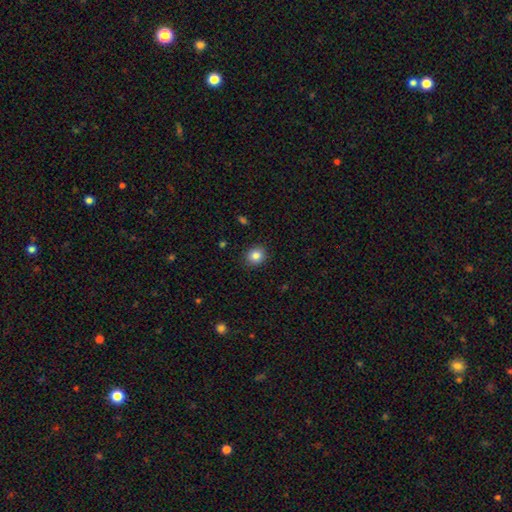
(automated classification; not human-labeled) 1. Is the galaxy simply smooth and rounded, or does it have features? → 85% smooth, 10% star or artifact, 5% featured or disk.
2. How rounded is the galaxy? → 77% round, 22% in between, 1% cigar-shaped.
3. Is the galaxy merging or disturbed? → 90% none, 7% minor disturbance, 2% major disturbance, 1% merger.